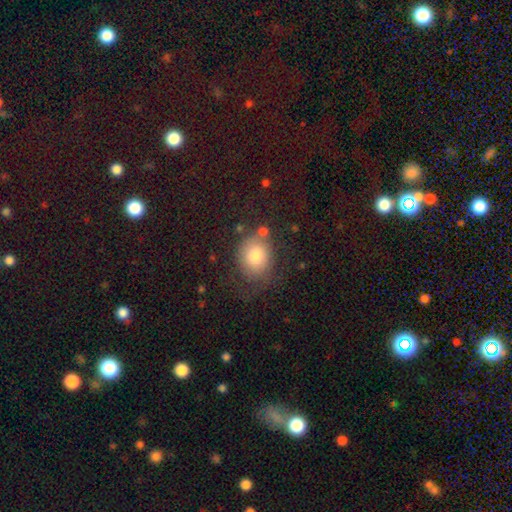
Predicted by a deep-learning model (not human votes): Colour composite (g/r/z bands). It shows a smooth galaxy with no disk features (77%) that is round (63%). Merging: none (62%).